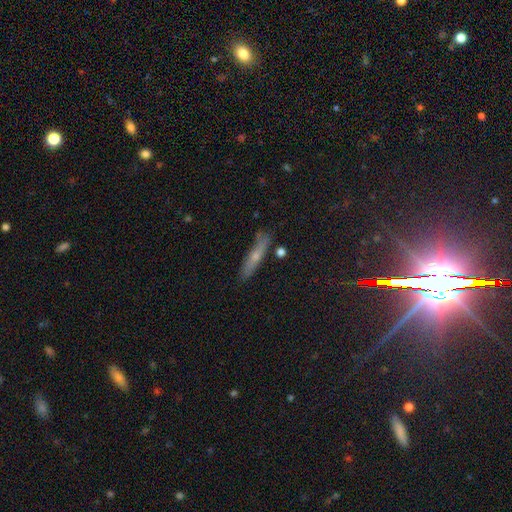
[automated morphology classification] Overall: smooth (52%; featured or disk 38%). How rounded: cigar-shaped (86%). Merging: none (79%).